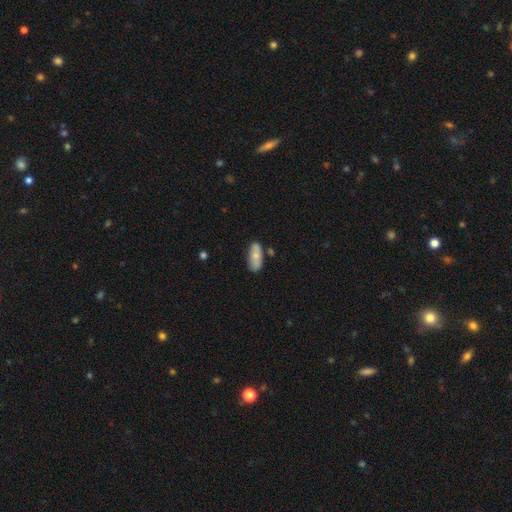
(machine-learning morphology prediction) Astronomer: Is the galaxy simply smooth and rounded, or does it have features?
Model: smooth — 71%.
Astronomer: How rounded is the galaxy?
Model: in between — 84%.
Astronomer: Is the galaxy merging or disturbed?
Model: none — 73%.